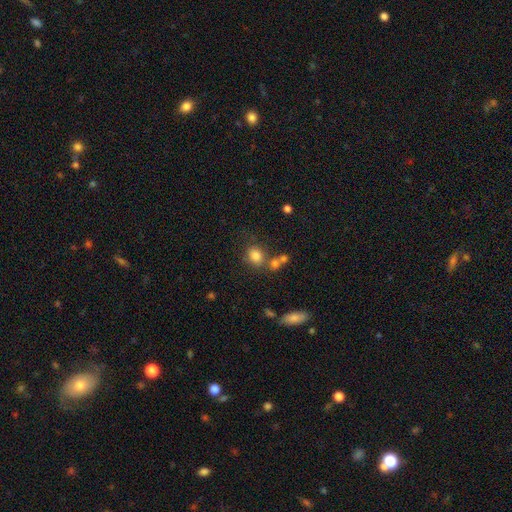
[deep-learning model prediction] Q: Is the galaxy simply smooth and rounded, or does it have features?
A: smooth — 81%.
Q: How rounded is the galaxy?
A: round — 61%.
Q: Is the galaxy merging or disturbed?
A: none — 62%.